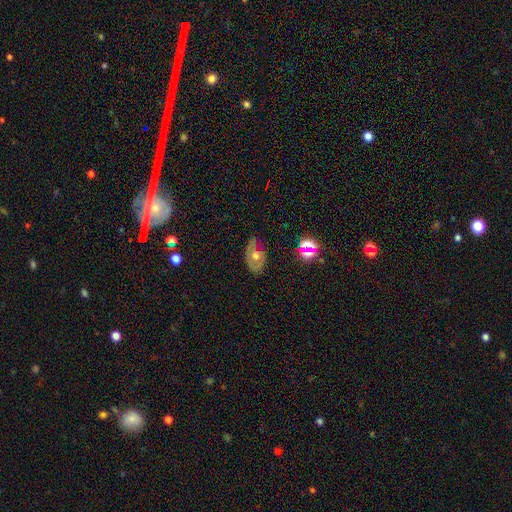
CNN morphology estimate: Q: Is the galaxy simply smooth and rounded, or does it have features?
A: featured or disk — 53%.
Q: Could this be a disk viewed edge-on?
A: no — 91%.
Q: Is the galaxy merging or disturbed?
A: none — 62%.